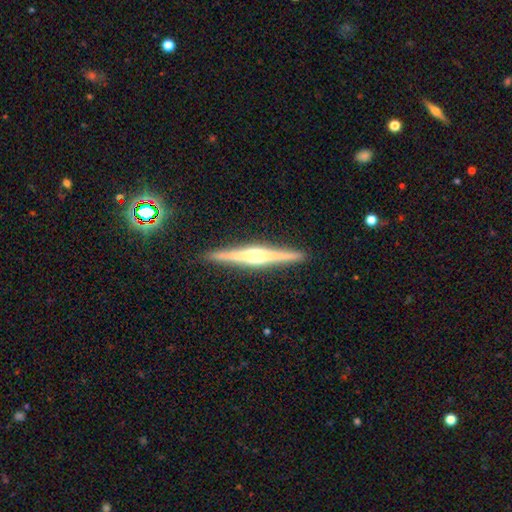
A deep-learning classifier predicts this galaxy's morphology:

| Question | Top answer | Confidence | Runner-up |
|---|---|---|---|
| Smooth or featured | featured or disk | 83% | smooth (12%) |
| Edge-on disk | yes | 99% | no (1%) |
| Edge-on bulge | rounded | 87% | boxy (9%) |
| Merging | none | 92% | minor disturbance (6%) |